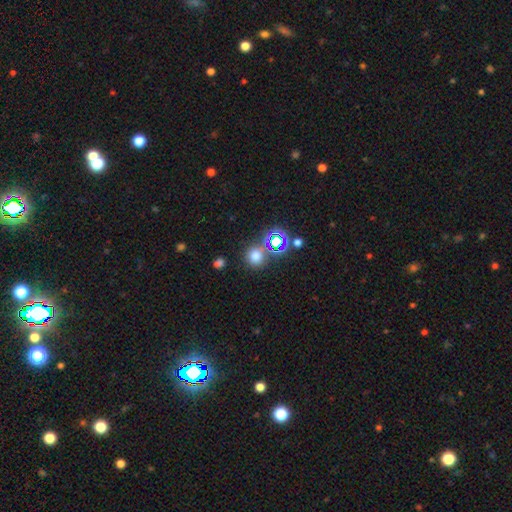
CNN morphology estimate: This is likely a smooth galaxy (66%). How rounded: clearly round (88%). Merging: likely none (69%).